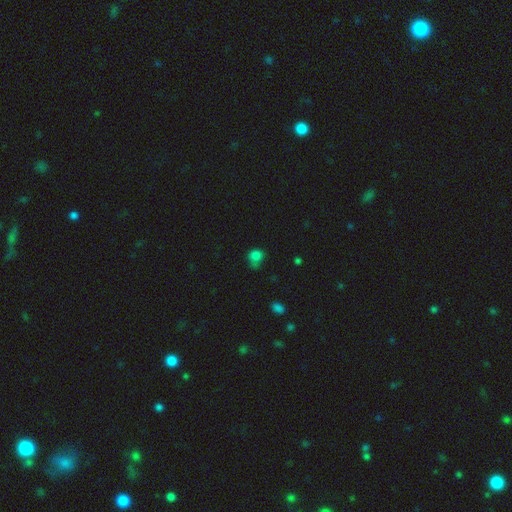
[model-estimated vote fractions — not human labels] Morphology: type=smooth (78%); roundness=round (65%); merging=none (45%).